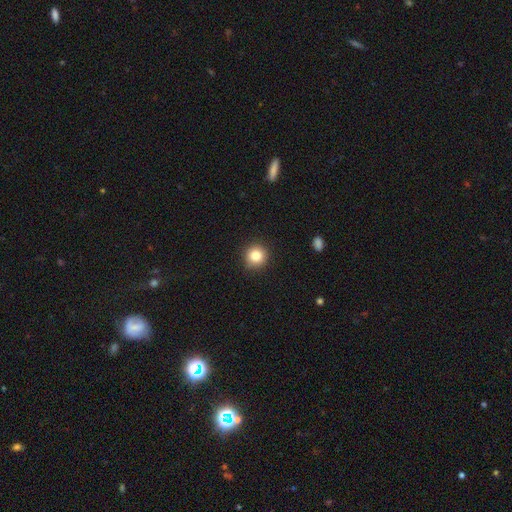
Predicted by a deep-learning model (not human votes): Smooth or featured: smooth — 83% (star or artifact — 10%)
How rounded: round — 94% (in between — 5%)
Merging: none — 91% (minor disturbance — 7%)